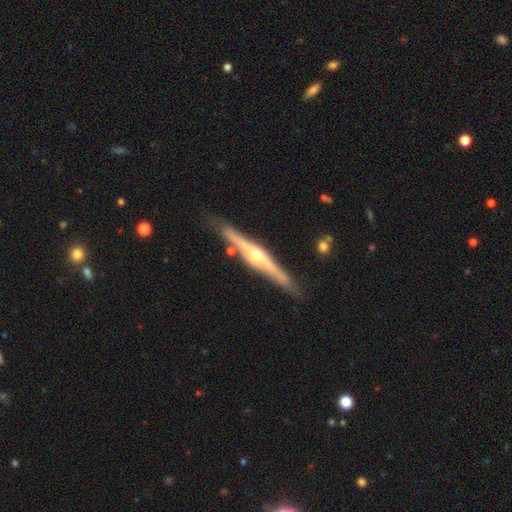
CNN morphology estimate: featured or disk 83%, smooth 12%, star or artifact 5%. Down the decision tree: edge-on disk — yes (98%); edge-on bulge — rounded (88%); merging — none (84%).